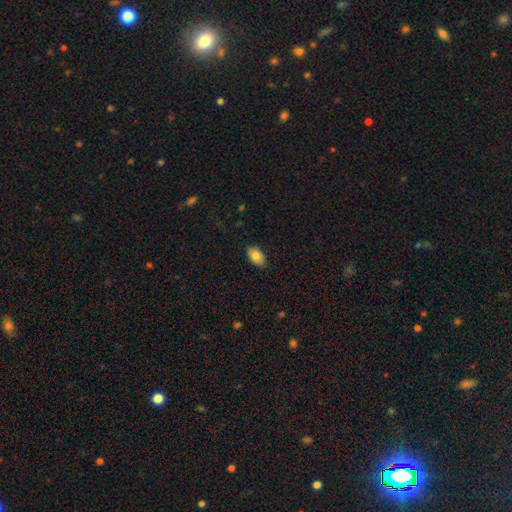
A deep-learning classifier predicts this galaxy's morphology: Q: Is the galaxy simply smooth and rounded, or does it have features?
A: smooth — 83%.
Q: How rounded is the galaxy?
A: in between — 92%.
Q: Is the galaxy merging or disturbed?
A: none — 85%.